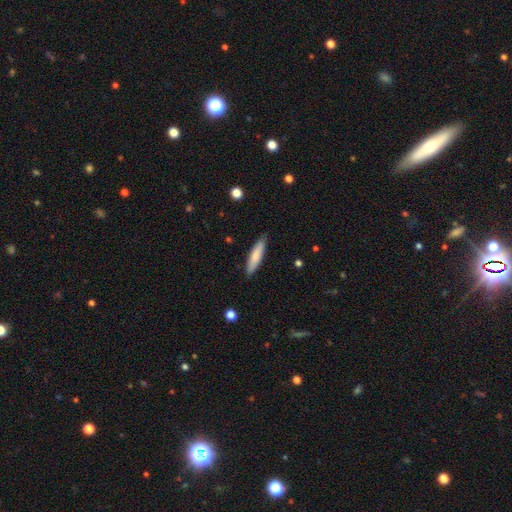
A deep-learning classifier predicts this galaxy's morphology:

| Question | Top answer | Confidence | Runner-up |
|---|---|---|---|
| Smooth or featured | smooth | 78% | featured or disk (17%) |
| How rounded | cigar-shaped | 76% | in between (22%) |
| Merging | none | 86% | minor disturbance (11%) |